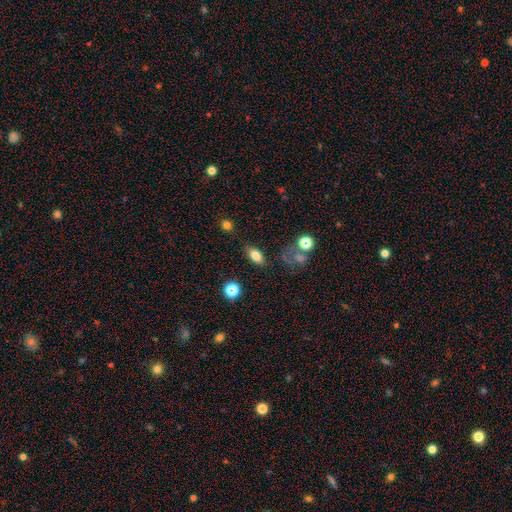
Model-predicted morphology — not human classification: smooth-or-featured: smooth: 78% | star or artifact: 11% | featured or disk: 11%
  how-rounded: in between: 86% | round: 9% | cigar-shaped: 5%
  merging: none: 77% | minor disturbance: 14% | major disturbance: 5% | merger: 4%